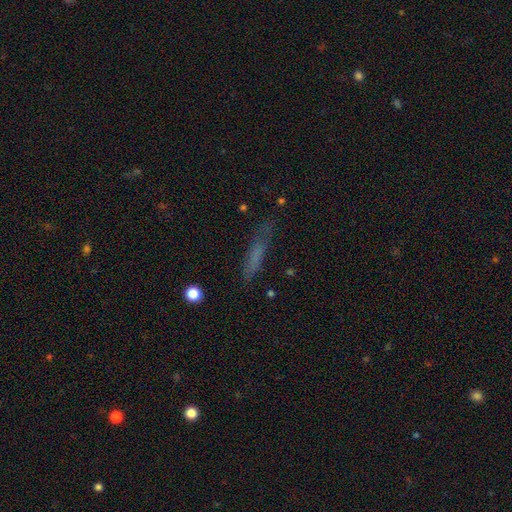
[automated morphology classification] Q: Smooth or featured?
A: smooth (60%); runner-up: featured or disk (27%)
Q: How rounded?
A: cigar-shaped (86%); runner-up: in between (12%)
Q: Merging?
A: none (70%); runner-up: minor disturbance (20%)